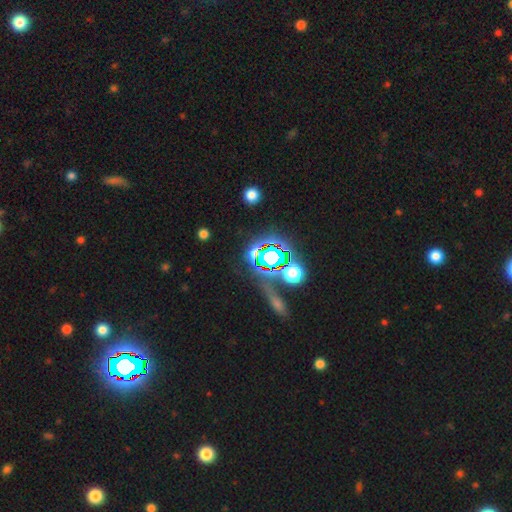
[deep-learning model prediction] smooth-or-featured: star or artifact: 78% | smooth: 13% | featured or disk: 9%